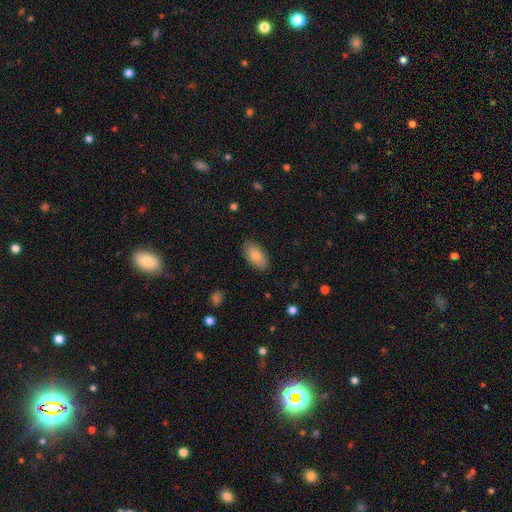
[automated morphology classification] type=smooth (81%); roundness=in between (94%); merging=none (86%).